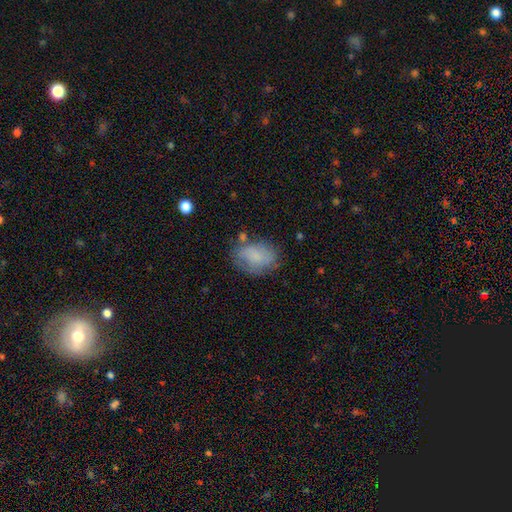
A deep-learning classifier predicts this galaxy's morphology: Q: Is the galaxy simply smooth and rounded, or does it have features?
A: smooth — 75%.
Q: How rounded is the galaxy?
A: in between — 80%.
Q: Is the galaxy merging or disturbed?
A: none — 62%.